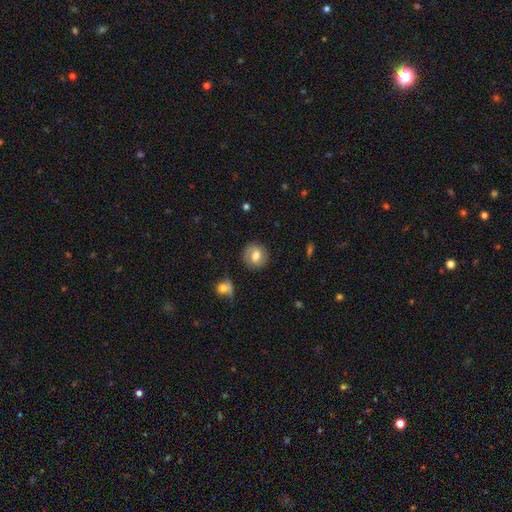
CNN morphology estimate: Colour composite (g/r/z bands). It shows a smooth galaxy with no disk features (47%). Merging: none (82%).